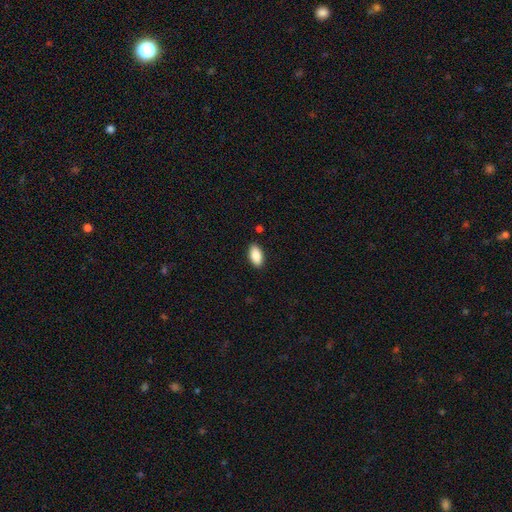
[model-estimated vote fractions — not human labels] Morphology: type=smooth (88%); roundness=in between (94%); merging=none (88%).